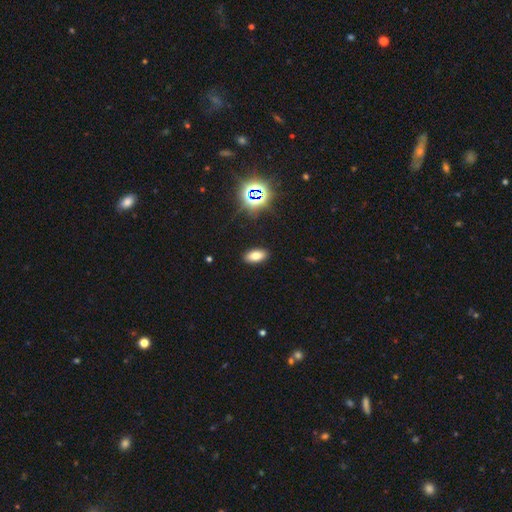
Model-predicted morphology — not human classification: smooth-or-featured: smooth: 74% | star or artifact: 17% | featured or disk: 9%
  how-rounded: in between: 90% | cigar-shaped: 6% | round: 4%
  merging: none: 89% | minor disturbance: 7% | major disturbance: 2% | merger: 1%